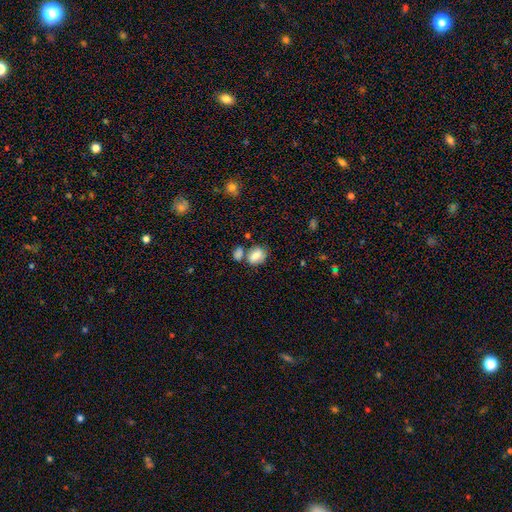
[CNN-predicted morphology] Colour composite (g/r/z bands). It shows a smooth galaxy with no disk features (79%) that is in between round and cigar-shaped (66%). Merging: none (51%).